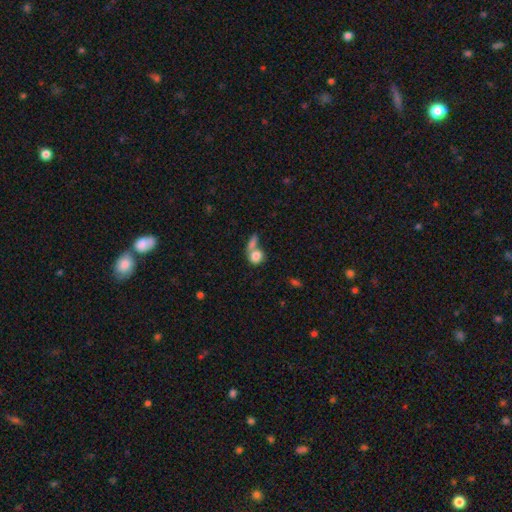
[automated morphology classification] type=smooth (81%); roundness=round (65%); merging=merger (50%).